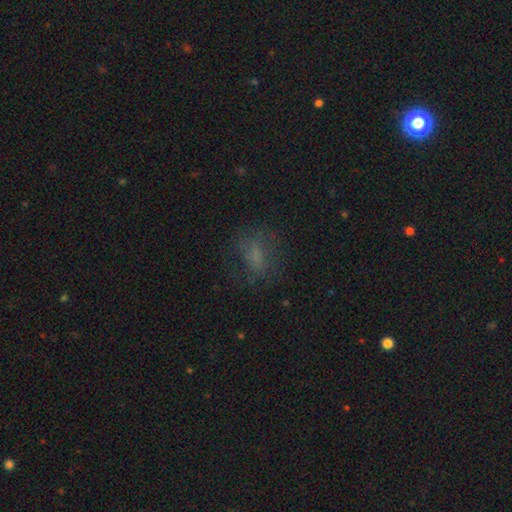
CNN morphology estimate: smooth_or_featured: smooth (p=0.56) [alt: featured or disk p=0.24]
how_rounded: in between (p=0.67) [alt: round p=0.22]
merging: none (p=0.61) [alt: major disturbance p=0.19]